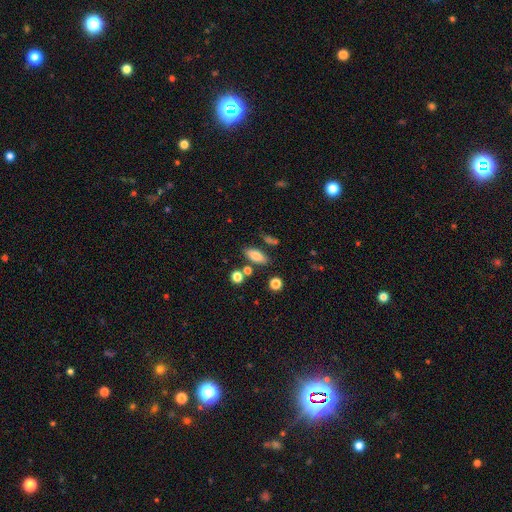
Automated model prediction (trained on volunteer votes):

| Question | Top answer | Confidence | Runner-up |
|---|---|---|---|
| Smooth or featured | smooth | 79% | featured or disk (12%) |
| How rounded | in between | 78% | cigar-shaped (17%) |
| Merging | none | 75% | minor disturbance (12%) |